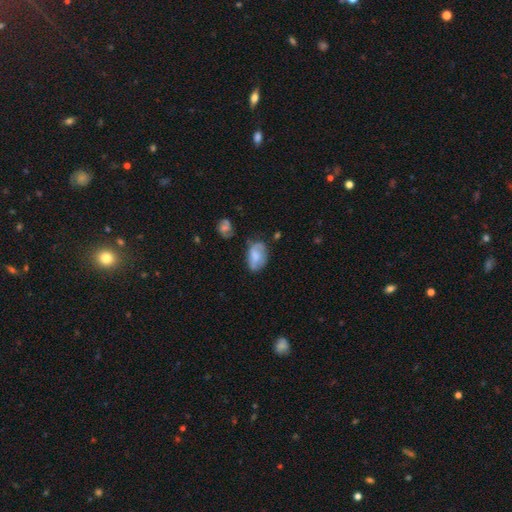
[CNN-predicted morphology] Smooth or featured? Predicted: smooth (p=0.58). How rounded? Predicted: in between (p=0.89). Merging? Predicted: none (p=0.50).